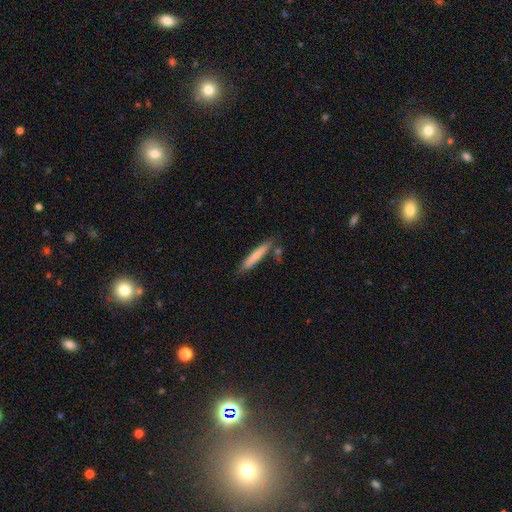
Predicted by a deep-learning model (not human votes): smooth-or-featured: smooth: 72% | featured or disk: 23% | star or artifact: 6%
  how-rounded: cigar-shaped: 94% | in between: 5% | round: 1%
  merging: none: 79% | minor disturbance: 13% | merger: 6% | major disturbance: 3%